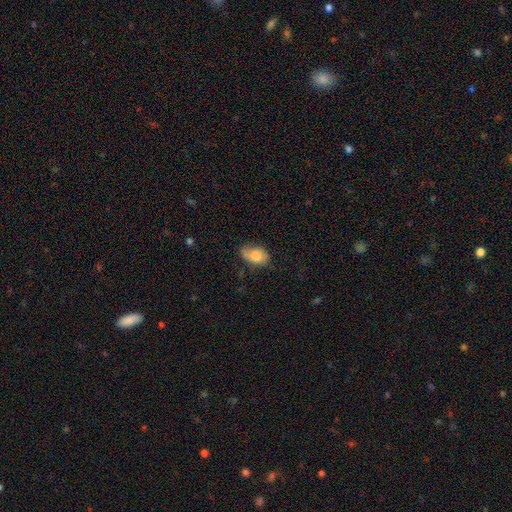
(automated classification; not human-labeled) Overall: smooth (73%). How rounded: in between (85%). Merging: none (52%; minor disturbance 33%).